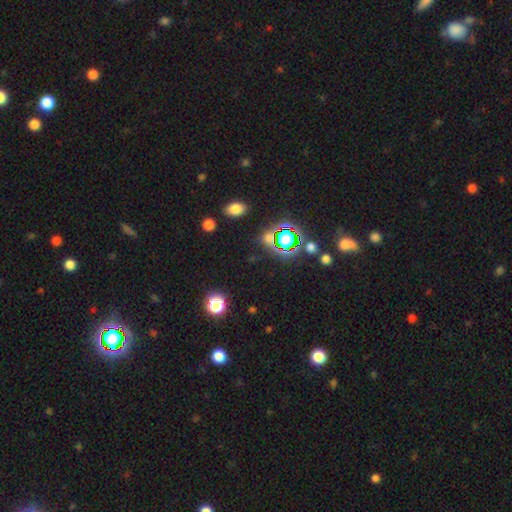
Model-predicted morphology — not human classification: A star or artifact, not a galaxy (68%).